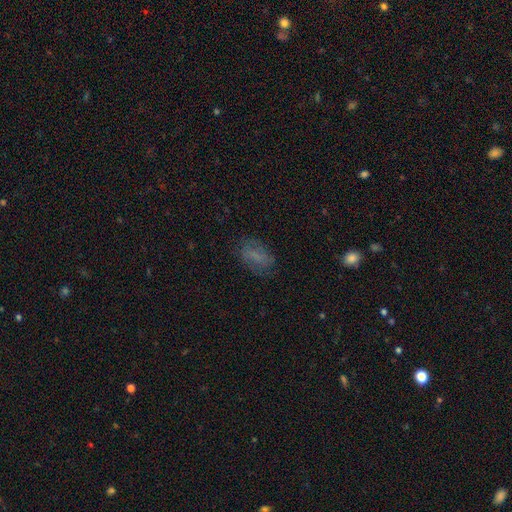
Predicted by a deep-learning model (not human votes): Overall: smooth (64%). How rounded: in between (85%). Merging: none (71%).